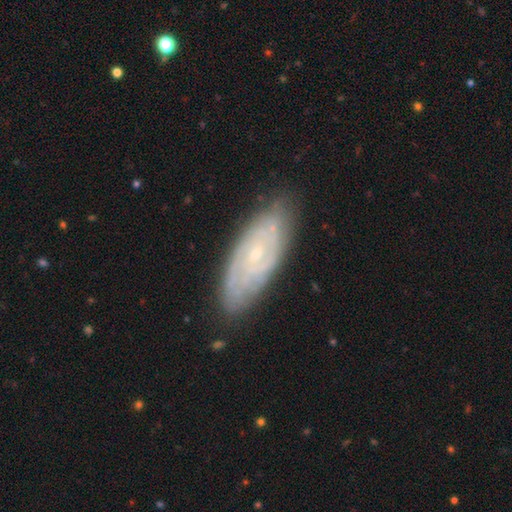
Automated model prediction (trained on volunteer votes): This appears to be a featured or disk galaxy (79%) with no bar (64%), tight (70%) spiral arms (94%) and a small central bulge (80%). Merging: none (80%).